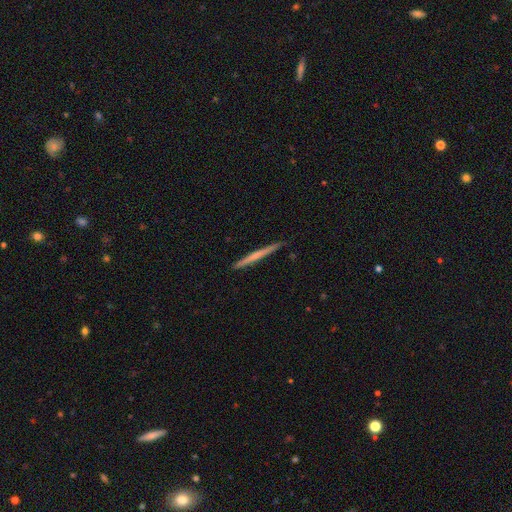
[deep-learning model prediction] A featured or disk galaxy (56%) viewed edge-on (98%) with no central bulge (62%).

Vote fractions:
- Smooth or featured? featured or disk: 56% / smooth: 39% / star or artifact: 6%
- Edge-on disk? yes: 98% / no: 2%
- Edge-on bulge? none: 62% / rounded: 32% / boxy: 6%
- Merging? none: 91% / minor disturbance: 7% / major disturbance: 1% / merger: 1%